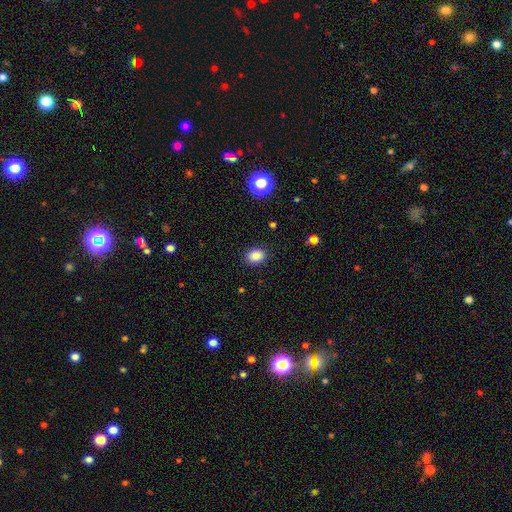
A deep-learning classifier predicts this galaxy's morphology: smooth 86%, star or artifact 10%, featured or disk 4%. Down the decision tree: how rounded — in between (60%); merging — none (88%).